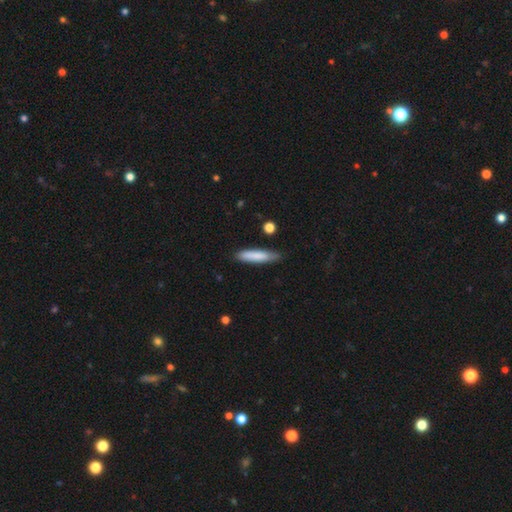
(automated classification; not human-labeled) A smooth galaxy with no disk features (81%) that is cigar-shaped (82%). Merging: none (81%).